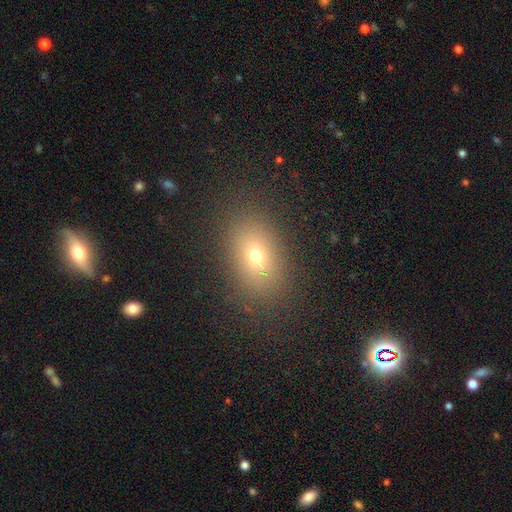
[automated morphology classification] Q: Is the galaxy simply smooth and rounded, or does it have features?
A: smooth — 69%.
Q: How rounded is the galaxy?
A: in between — 75%.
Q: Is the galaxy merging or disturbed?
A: none — 85%.